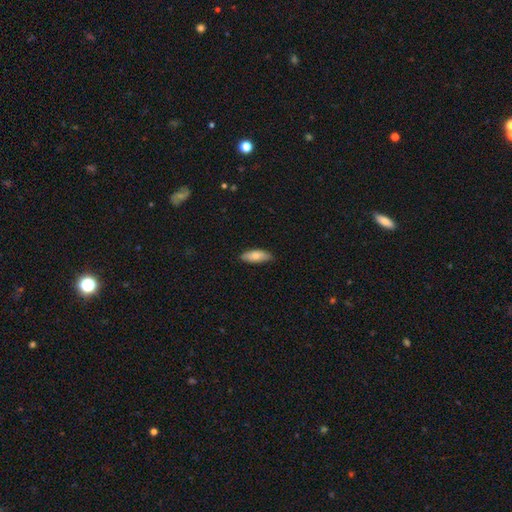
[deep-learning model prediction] The model was most divided on "how rounded": in between: 74%, cigar-shaped: 24%, round: 2%. More confident: merging — none (81%); smooth or featured — smooth (77%).